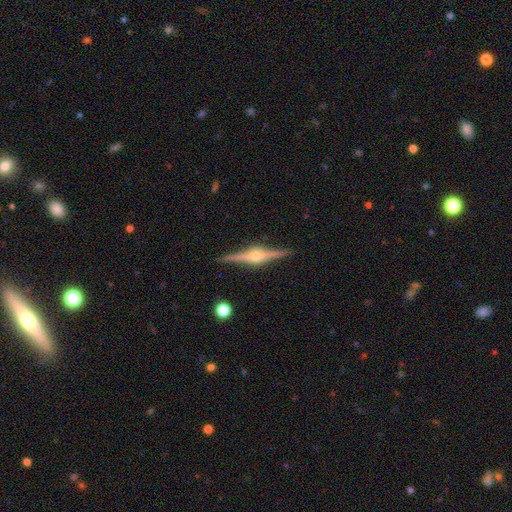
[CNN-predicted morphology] Q: Smooth or featured?
A: featured or disk (88%); runner-up: smooth (7%)
Q: Edge-on disk?
A: yes (98%); runner-up: no (2%)
Q: Edge-on bulge?
A: rounded (91%); runner-up: boxy (7%)
Q: Merging?
A: none (91%); runner-up: minor disturbance (6%)